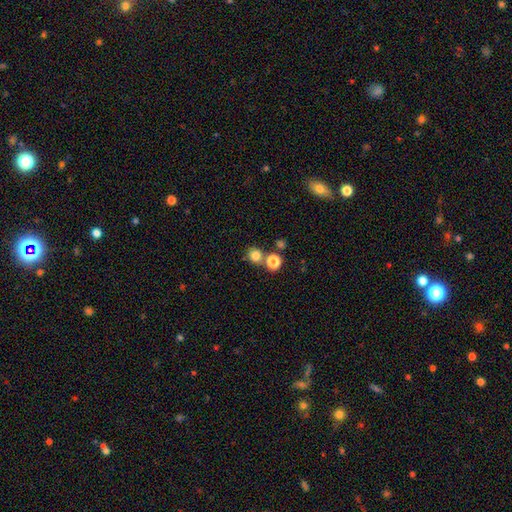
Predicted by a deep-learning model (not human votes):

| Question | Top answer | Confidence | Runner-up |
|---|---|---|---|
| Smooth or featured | smooth | 80% | star or artifact (14%) |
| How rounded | round | 83% | in between (16%) |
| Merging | none | 65% | merger (23%) |